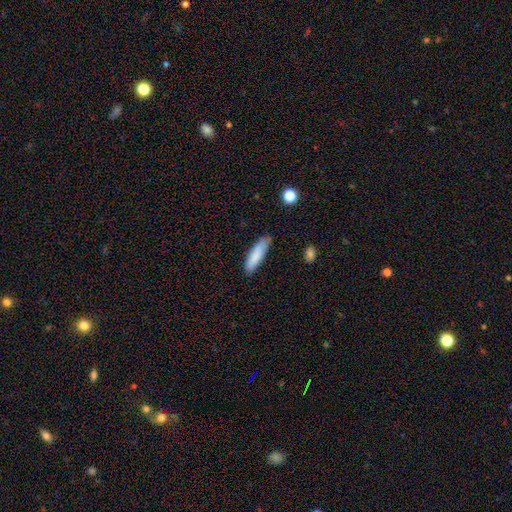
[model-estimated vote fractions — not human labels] Smooth or featured? smooth (85%)
How rounded? cigar-shaped (65%)
Merging? none (77%)